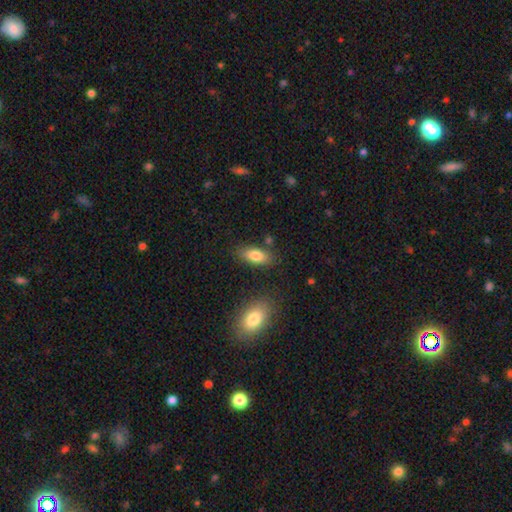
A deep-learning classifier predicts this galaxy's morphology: A smooth galaxy with no disk features (80%) that is in between round and cigar-shaped (84%).

Vote fractions:
- Smooth or featured? smooth: 80% / featured or disk: 13% / star or artifact: 7%
- How rounded? in between: 84% / cigar-shaped: 13% / round: 3%
- Merging? none: 80% / minor disturbance: 12% / merger: 4% / major disturbance: 3%